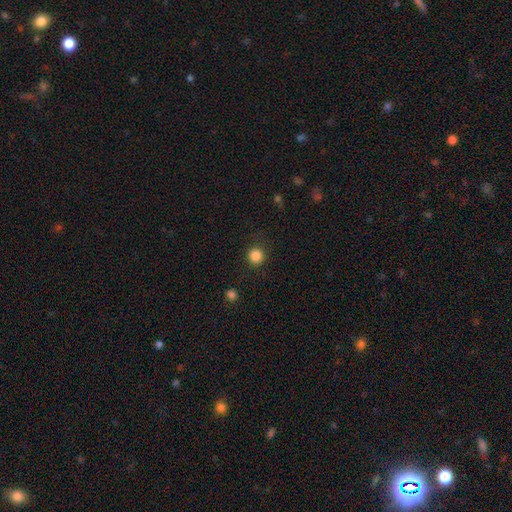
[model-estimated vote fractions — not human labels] Smooth or featured? smooth (86%)
How rounded? round (93%)
Merging? none (88%)